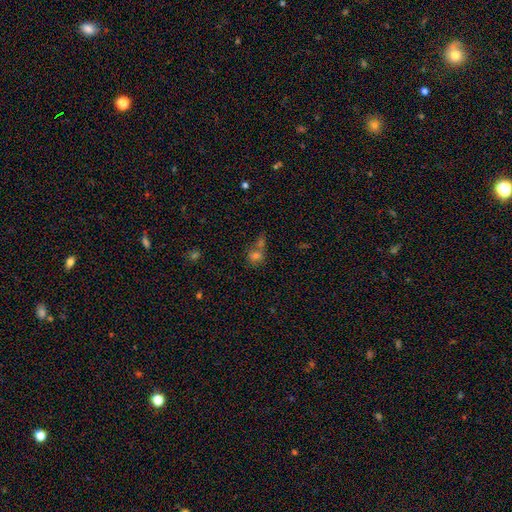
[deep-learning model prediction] A smooth galaxy with no disk features (70%) that is round (66%).

Vote fractions:
- Smooth or featured? smooth: 70% / star or artifact: 18% / featured or disk: 12%
- How rounded? round: 66% / in between: 33% / cigar-shaped: 2%
- Merging? merger: 45% / none: 40% / minor disturbance: 10% / major disturbance: 5%